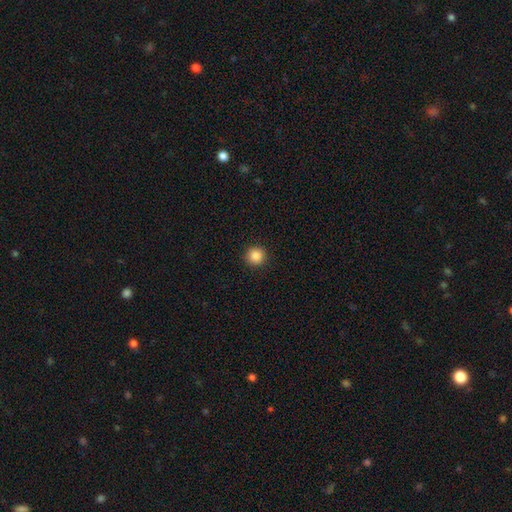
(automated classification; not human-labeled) Morphology: type=smooth (87%); roundness=round (95%); merging=none (93%).